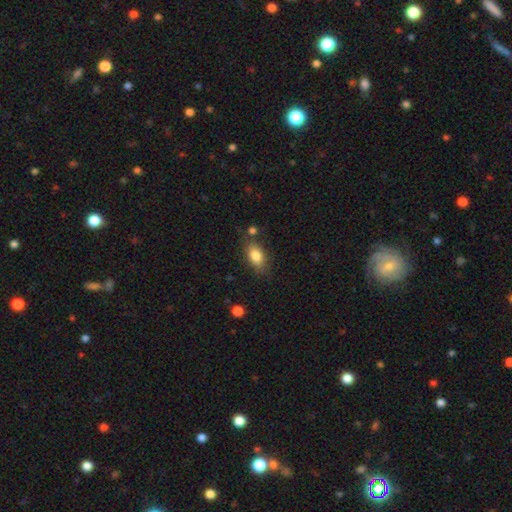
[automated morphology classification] A smooth galaxy with no disk features (82%) that is in between round and cigar-shaped (88%).

Vote fractions:
- Smooth or featured? smooth: 82% / featured or disk: 10% / star or artifact: 8%
- How rounded? in between: 88% / round: 7% / cigar-shaped: 5%
- Merging? none: 74% / minor disturbance: 16% / merger: 6% / major disturbance: 4%